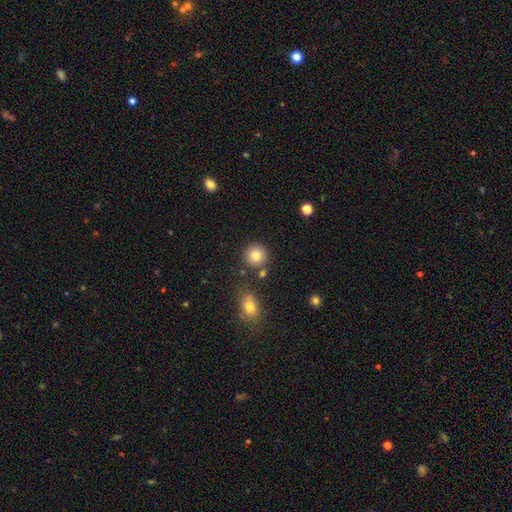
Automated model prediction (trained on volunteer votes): Smooth or featured?
  - smooth: 82% *
  - star or artifact: 10%
  - featured or disk: 8%
How rounded?
  - round: 92% *
  - in between: 7%
  - cigar-shaped: 1%
Merging?
  - none: 84% *
  - minor disturbance: 8%
  - merger: 6%
  - major disturbance: 3%